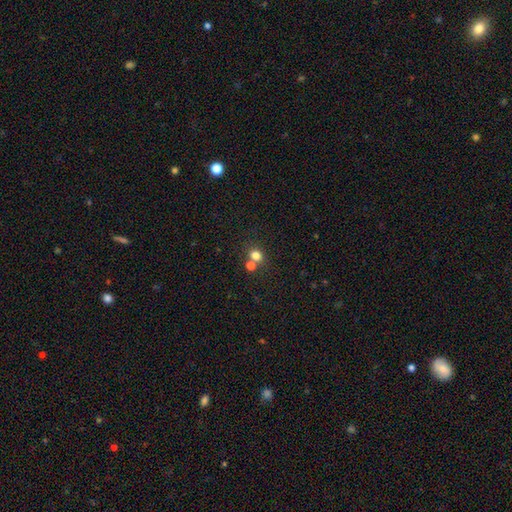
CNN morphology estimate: The model was most divided on "merging": none: 56%, merger: 33%, minor disturbance: 8%, major disturbance: 3%. More confident: smooth or featured — smooth (77%); how rounded — round (68%).